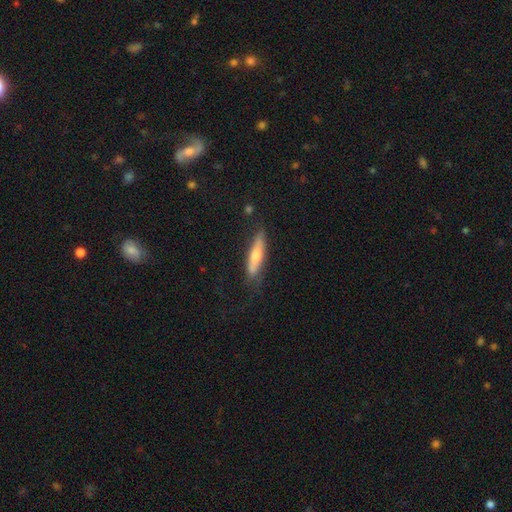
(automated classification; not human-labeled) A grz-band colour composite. It shows a smooth galaxy with no disk features (51%) that is cigar-shaped (80%). Merging: none (68%).